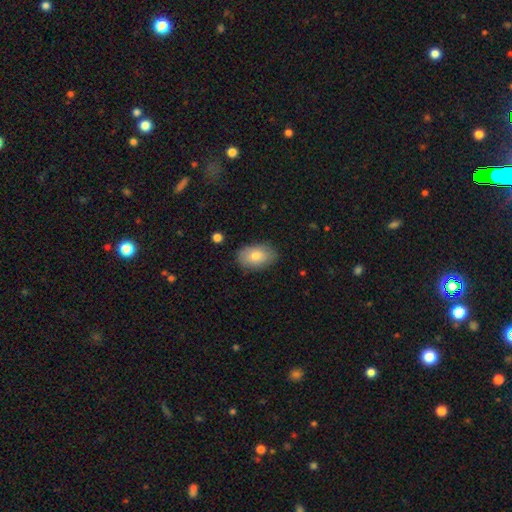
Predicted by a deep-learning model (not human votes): This appears to be a smooth galaxy with no disk features (81%) that is in between round and cigar-shaped (89%). Merging: none (84%).